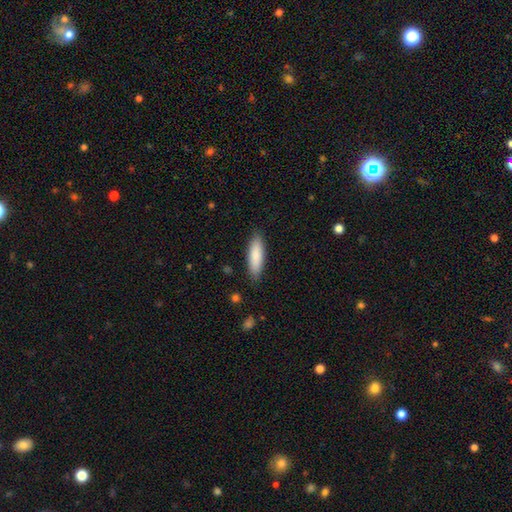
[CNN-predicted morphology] This appears to be a smooth galaxy with no disk features (86%) that is cigar-shaped (52%). Merging: none (87%).